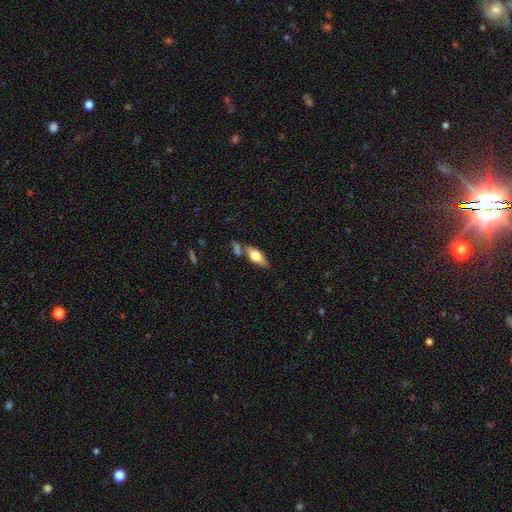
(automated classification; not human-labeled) Smooth or featured: smooth — 56% (featured or disk — 37%)
How rounded: in between — 71% (cigar-shaped — 25%)
Merging: none — 65% (minor disturbance — 16%)